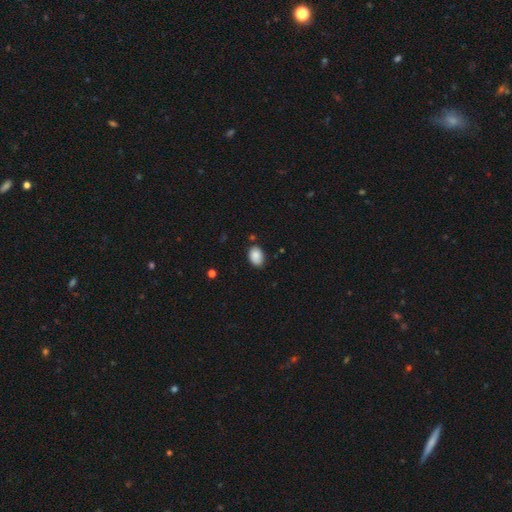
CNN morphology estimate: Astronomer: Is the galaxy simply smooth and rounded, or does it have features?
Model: smooth — 86%.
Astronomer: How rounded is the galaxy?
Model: in between — 82%.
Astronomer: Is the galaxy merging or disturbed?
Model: none — 74%.